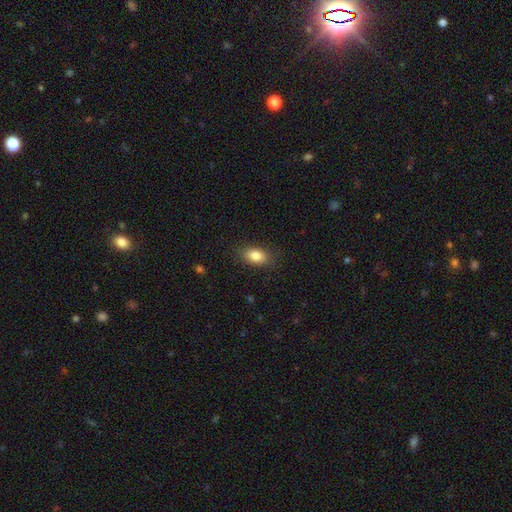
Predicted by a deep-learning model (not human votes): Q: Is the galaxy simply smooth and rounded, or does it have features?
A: smooth — 85%.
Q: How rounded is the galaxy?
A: in between — 88%.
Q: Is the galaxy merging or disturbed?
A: none — 86%.